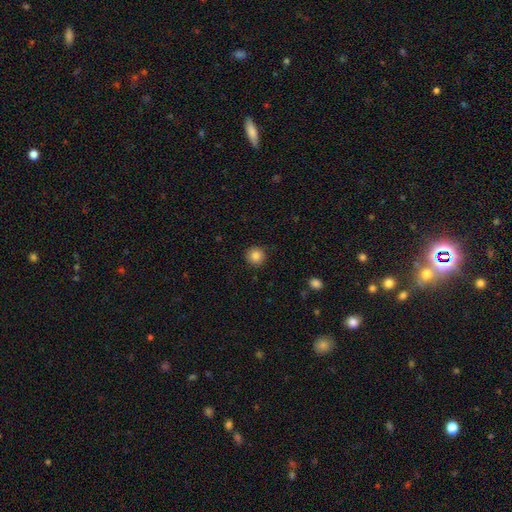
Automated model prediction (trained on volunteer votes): A smooth galaxy with no disk features (85%) that is round (95%). Merging: none (91%).